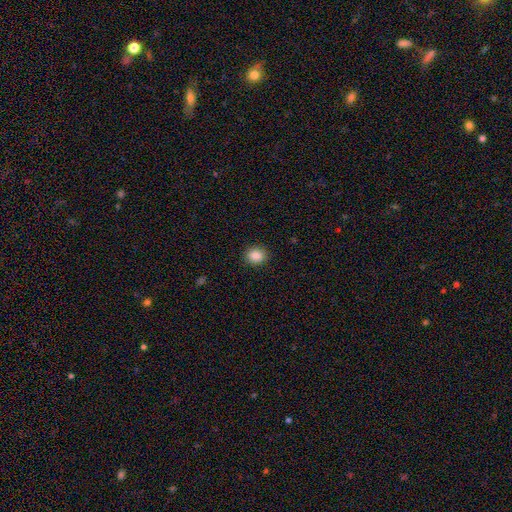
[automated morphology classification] smooth_or_featured: smooth (p=0.88) [alt: star or artifact p=0.09]
how_rounded: round (p=0.71) [alt: in between p=0.28]
merging: none (p=0.90) [alt: minor disturbance p=0.07]